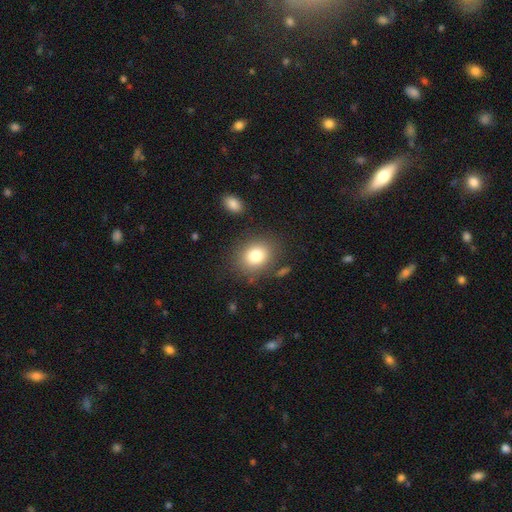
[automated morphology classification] smooth_or_featured: smooth (p=0.81) [alt: star or artifact p=0.10]
how_rounded: round (p=0.58) [alt: in between p=0.41]
merging: none (p=0.80) [alt: minor disturbance p=0.11]